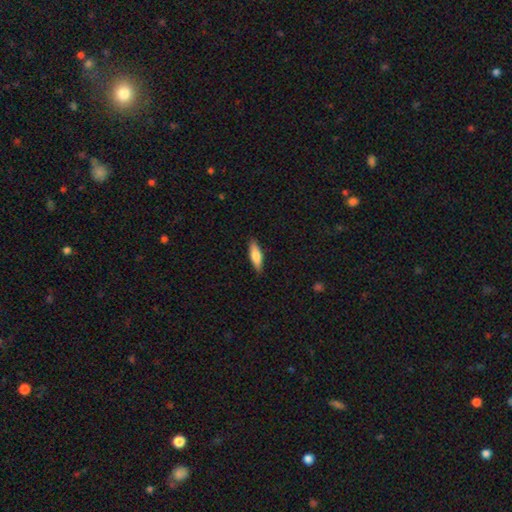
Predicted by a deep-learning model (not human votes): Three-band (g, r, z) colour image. It shows a smooth galaxy with no disk features (74%) that is cigar-shaped (53%). Merging: none (87%).